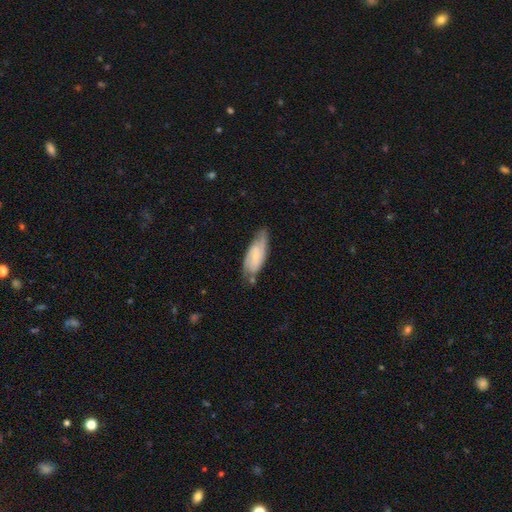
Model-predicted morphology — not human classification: Overall: featured or disk (51%; smooth 43%). Edge-on disk: no (85%). Merging: none (57%; minor disturbance 30%).